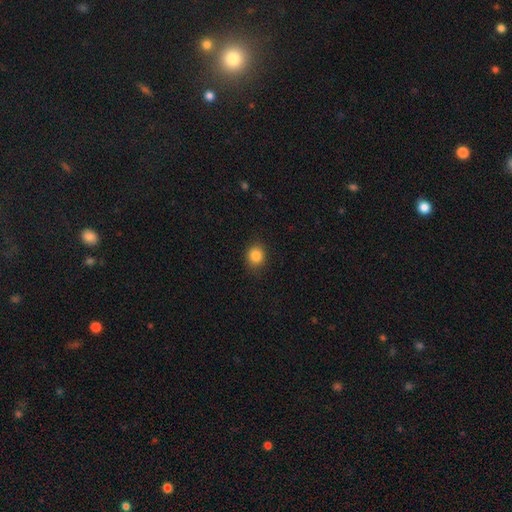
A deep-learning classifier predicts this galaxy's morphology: Smooth or featured?
  - smooth: 85% *
  - star or artifact: 11%
  - featured or disk: 5%
How rounded?
  - round: 77% *
  - in between: 22%
  - cigar-shaped: 1%
Merging?
  - none: 89% *
  - minor disturbance: 8%
  - major disturbance: 2%
  - merger: 1%